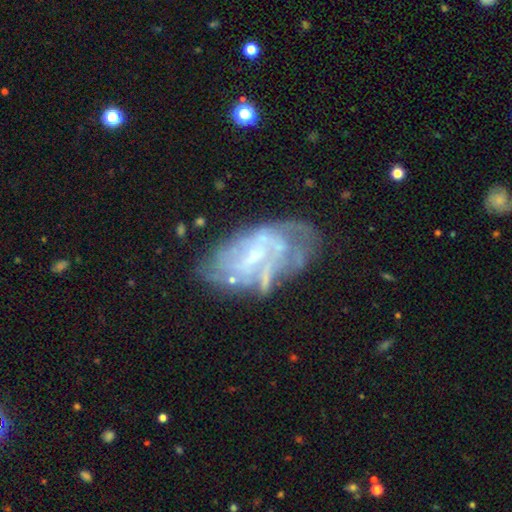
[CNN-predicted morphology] Smooth or featured: featured or disk — 72% (smooth — 19%)
Edge-on disk: no — 96% (yes — 4%)
Bar: no — 52% (weak — 37%)
Spiral arms: yes — 53% (no — 47%)
Bulge size: small — 40% (none — 38%)
Merging: none — 46% (minor disturbance — 25%)